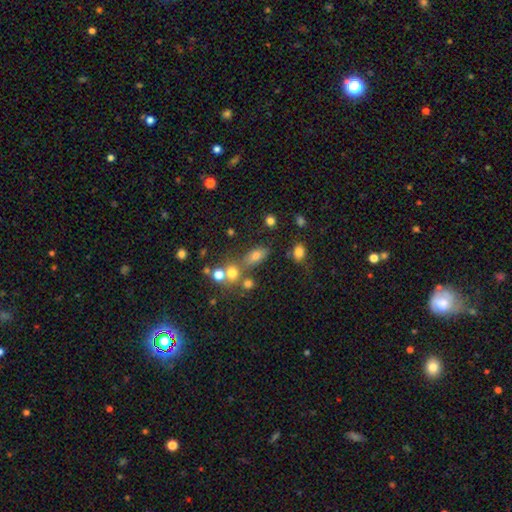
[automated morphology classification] smooth-or-featured: smooth: 61% | star or artifact: 23% | featured or disk: 15%
  how-rounded: in between: 72% | round: 20% | cigar-shaped: 8%
  merging: none: 57% | merger: 22% | minor disturbance: 14% | major disturbance: 7%